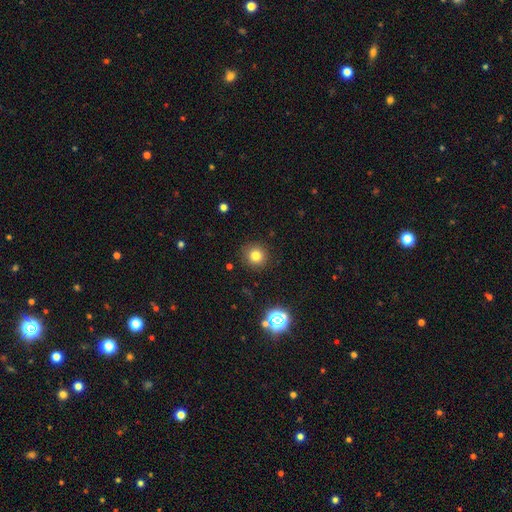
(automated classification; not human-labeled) Smooth or featured: smooth — 79% (star or artifact — 14%)
How rounded: round — 92% (in between — 7%)
Merging: none — 89% (minor disturbance — 7%)